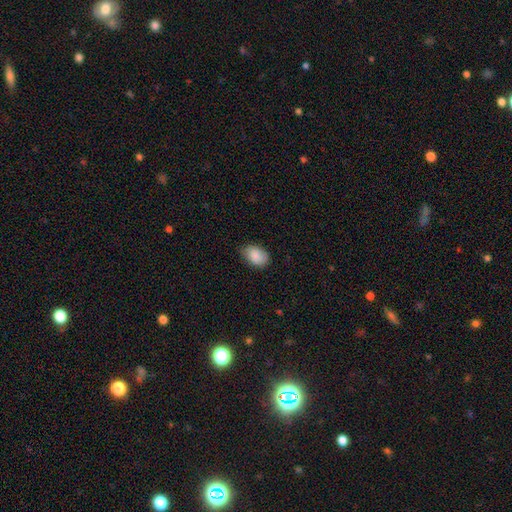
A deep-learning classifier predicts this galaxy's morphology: Smooth or featured? smooth (89%)
How rounded? in between (85%)
Merging? none (77%)